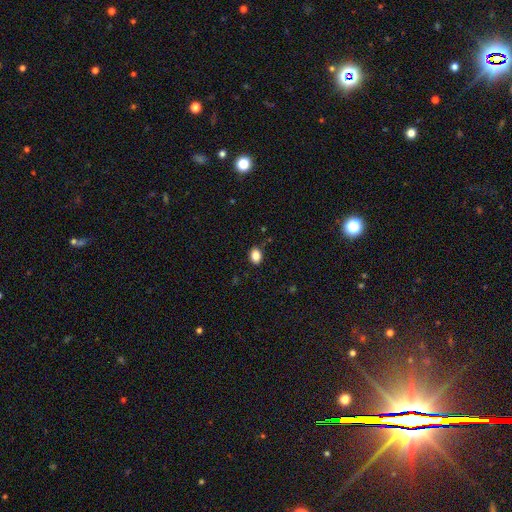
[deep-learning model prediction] Q: Smooth or featured?
A: smooth (86%); runner-up: star or artifact (10%)
Q: How rounded?
A: in between (71%); runner-up: round (28%)
Q: Merging?
A: none (86%); runner-up: minor disturbance (10%)